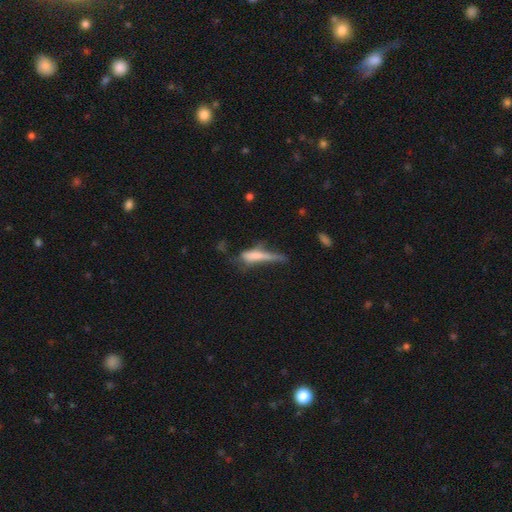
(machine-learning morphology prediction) smooth 55%, featured or disk 36%, star or artifact 9%. Down the decision tree: how rounded — cigar-shaped (81%); merging — major disturbance (34%).